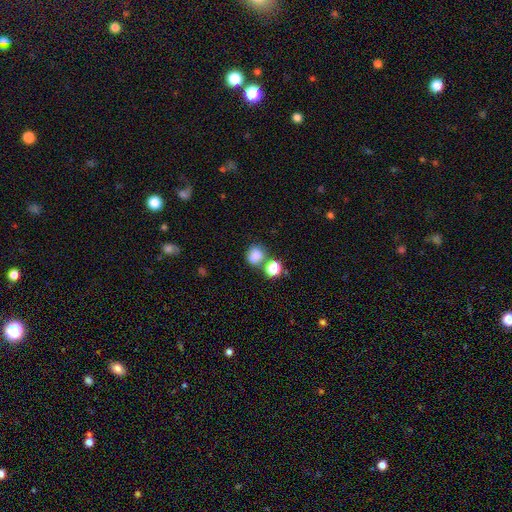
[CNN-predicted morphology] Smooth or featured? Predicted: smooth (p=0.79). How rounded? Predicted: round (p=0.80). Merging? Predicted: none (p=0.60).